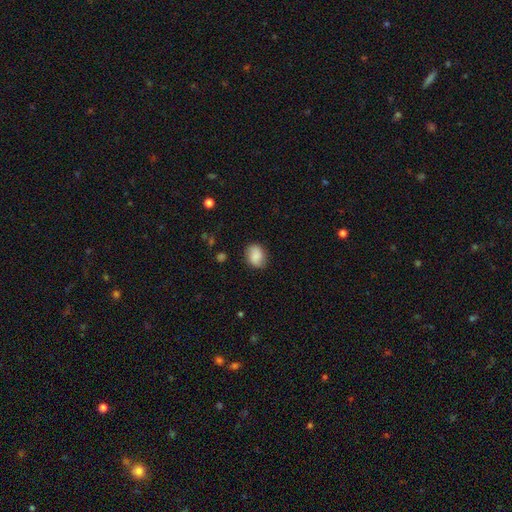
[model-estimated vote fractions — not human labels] Overall: smooth (75%). How rounded: in between (57%; round 42%). Merging: none (80%).